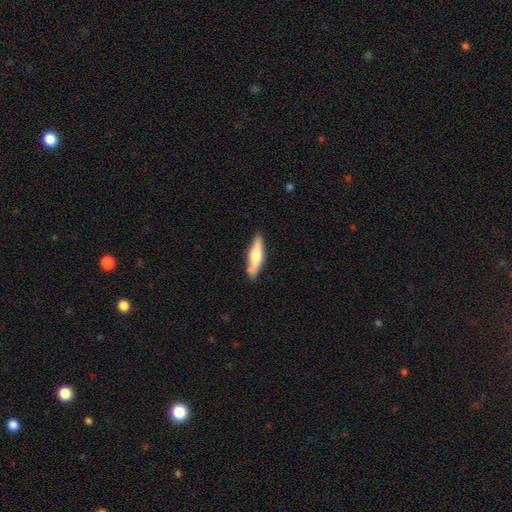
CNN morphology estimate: A smooth galaxy with no disk features (60%) that is cigar-shaped (70%). Merging: none (80%).